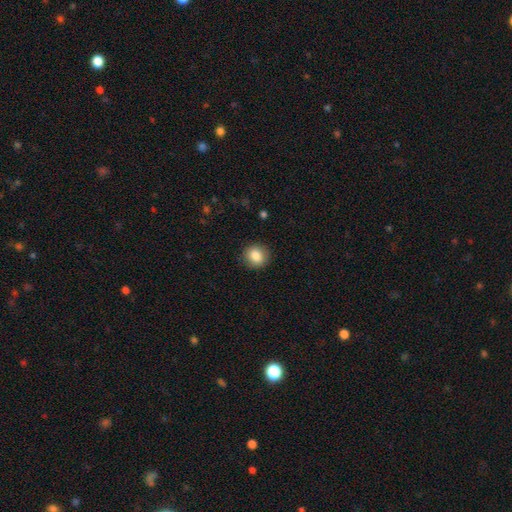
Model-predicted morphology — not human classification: Overall: smooth (86%). How rounded: round (82%). Merging: none (89%).